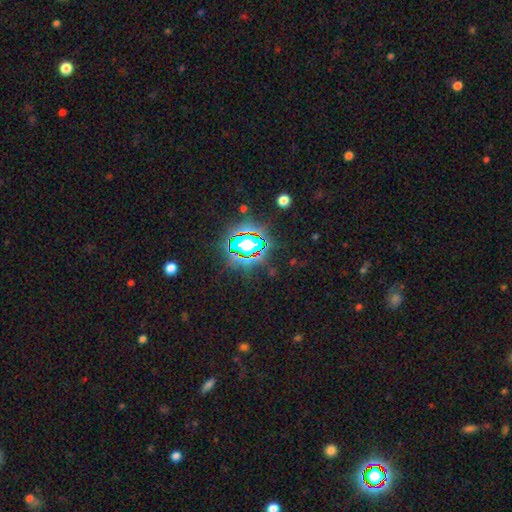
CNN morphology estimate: smooth-or-featured: star or artifact: 79% | smooth: 13% | featured or disk: 8%